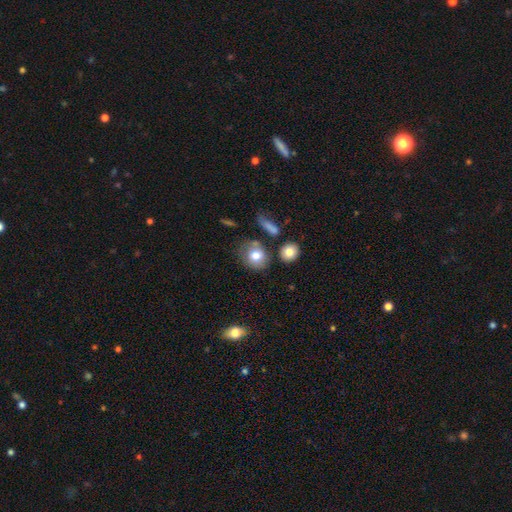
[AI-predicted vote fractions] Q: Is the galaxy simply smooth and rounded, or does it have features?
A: smooth — 74%.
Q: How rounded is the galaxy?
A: round — 66%.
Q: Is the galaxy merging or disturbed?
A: none — 60%.